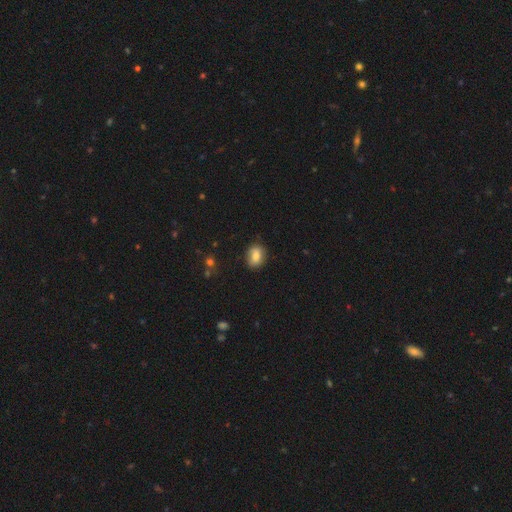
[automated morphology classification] Smooth or featured: smooth — 78% (featured or disk — 13%)
How rounded: in between — 61% (round — 37%)
Merging: none — 80% (minor disturbance — 15%)